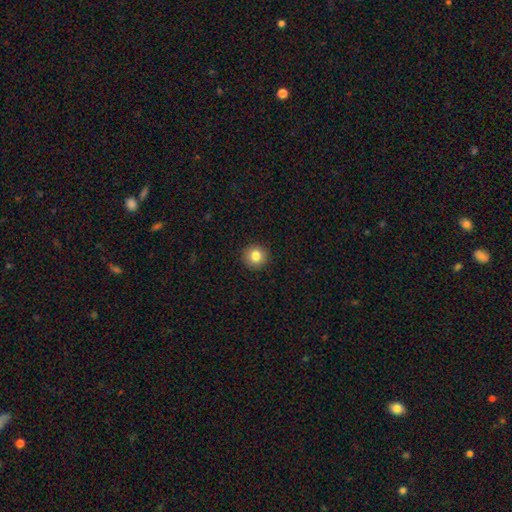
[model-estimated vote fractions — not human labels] smooth 83%, star or artifact 10%, featured or disk 7%. Down the decision tree: how rounded — round (94%); merging — none (93%).